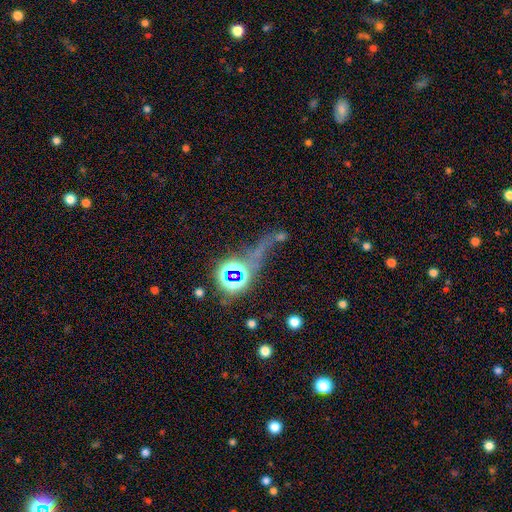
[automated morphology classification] A star or artifact, not a galaxy (66%).